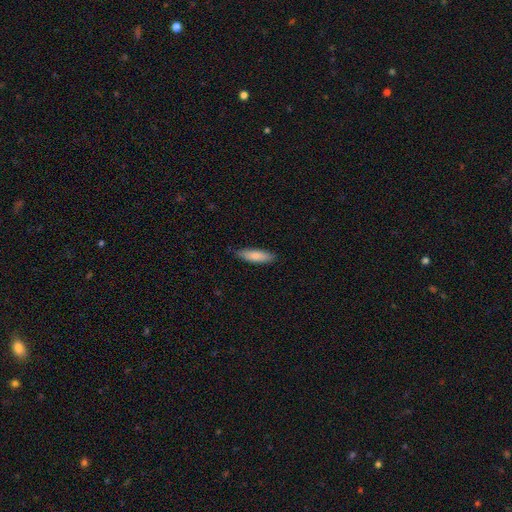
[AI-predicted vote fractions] This is clearly a smooth galaxy (84%). How rounded: possibly cigar-shaped (54%). Merging: clearly none (85%).